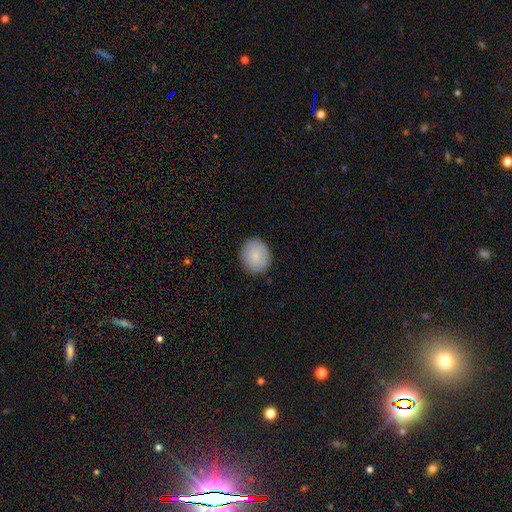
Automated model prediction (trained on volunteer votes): Overall: smooth (82%). How rounded: round (76%). Merging: none (89%).